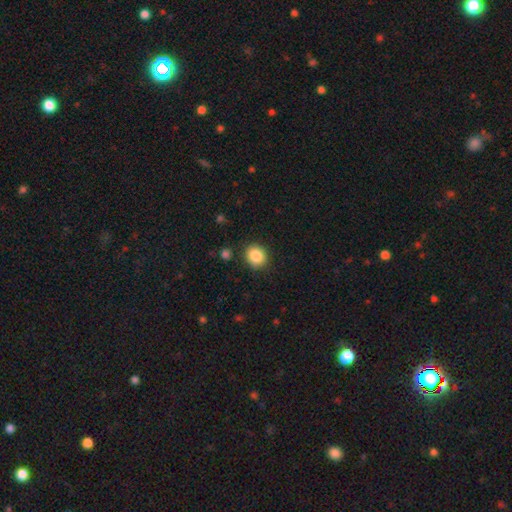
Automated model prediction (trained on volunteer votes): Smooth or featured? Predicted: smooth (p=0.86). How rounded? Predicted: round (p=0.73). Merging? Predicted: none (p=0.86).